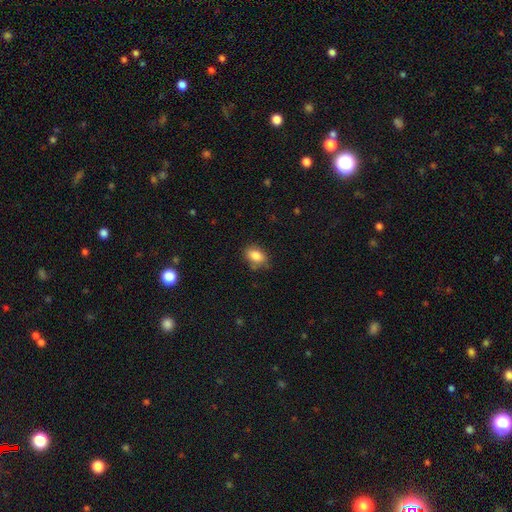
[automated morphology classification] type=smooth (85%); roundness=in between (84%); merging=none (75%).